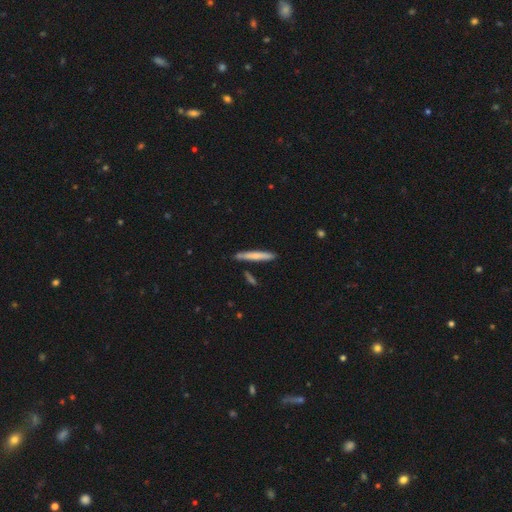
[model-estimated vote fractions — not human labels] Q: Smooth or featured?
A: smooth (65%); runner-up: featured or disk (29%)
Q: How rounded?
A: cigar-shaped (94%); runner-up: in between (4%)
Q: Merging?
A: none (80%); runner-up: minor disturbance (13%)